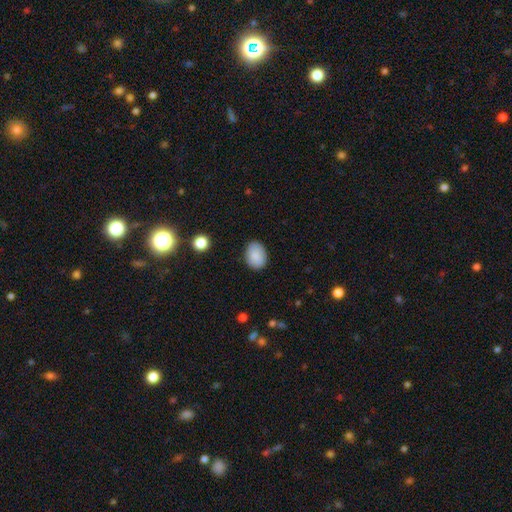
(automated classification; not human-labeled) Q: Smooth or featured?
A: smooth (85%); runner-up: featured or disk (8%)
Q: How rounded?
A: in between (75%); runner-up: round (24%)
Q: Merging?
A: none (85%); runner-up: minor disturbance (12%)